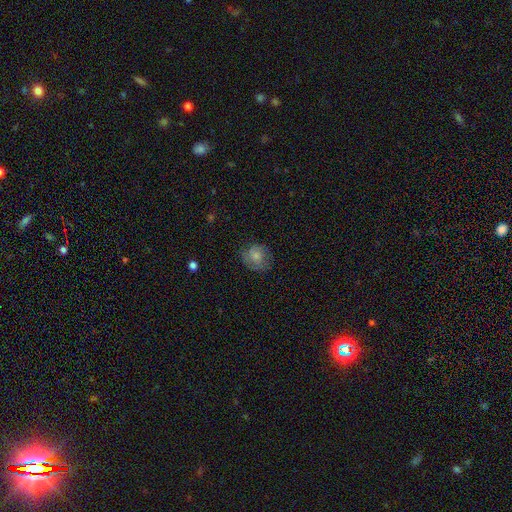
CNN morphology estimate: Smooth or featured? smooth (68%)
How rounded? round (75%)
Merging? none (68%)